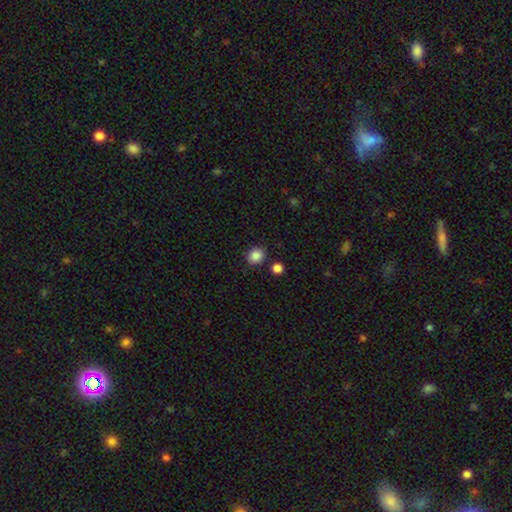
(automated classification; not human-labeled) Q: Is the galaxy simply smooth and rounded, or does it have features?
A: smooth — 86%.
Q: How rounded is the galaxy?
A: round — 72%.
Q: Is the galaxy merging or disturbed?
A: none — 84%.